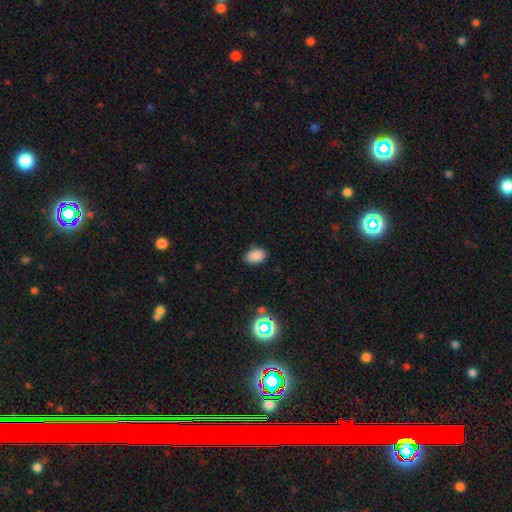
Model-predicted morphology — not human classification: Smooth or featured: smooth — 84% (star or artifact — 11%)
How rounded: in between — 88% (round — 11%)
Merging: none — 81% (minor disturbance — 15%)